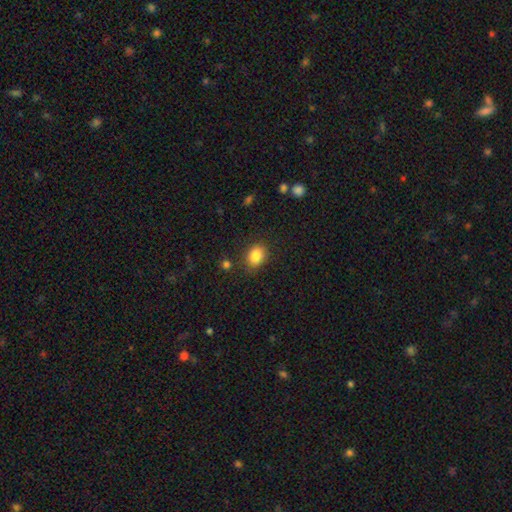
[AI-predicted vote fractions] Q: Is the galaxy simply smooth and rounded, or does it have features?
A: smooth — 85%.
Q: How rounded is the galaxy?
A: in between — 59%.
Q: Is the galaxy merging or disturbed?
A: none — 81%.